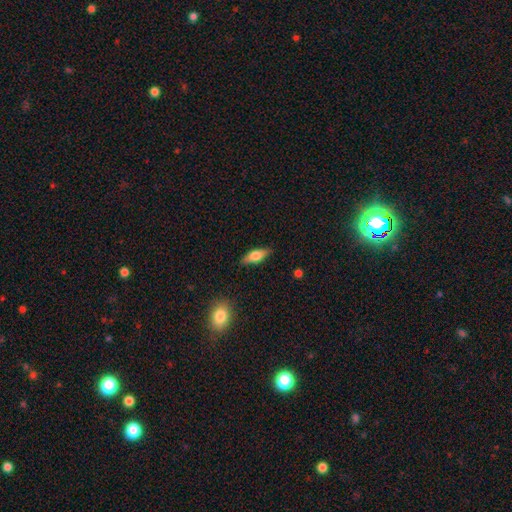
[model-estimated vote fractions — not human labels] Smooth or featured: smooth — 69% (featured or disk — 24%)
How rounded: in between — 69% (cigar-shaped — 28%)
Merging: none — 84% (minor disturbance — 13%)